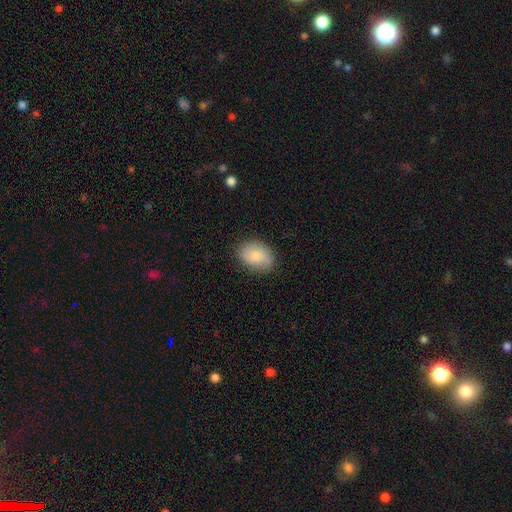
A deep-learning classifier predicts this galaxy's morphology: A smooth galaxy with no disk features (75%) that is in between round and cigar-shaped (70%).

Vote fractions:
- Smooth or featured? smooth: 75% / featured or disk: 18% / star or artifact: 7%
- How rounded? in between: 70% / round: 29% / cigar-shaped: 1%
- Merging? none: 81% / minor disturbance: 15% / major disturbance: 3% / merger: 1%